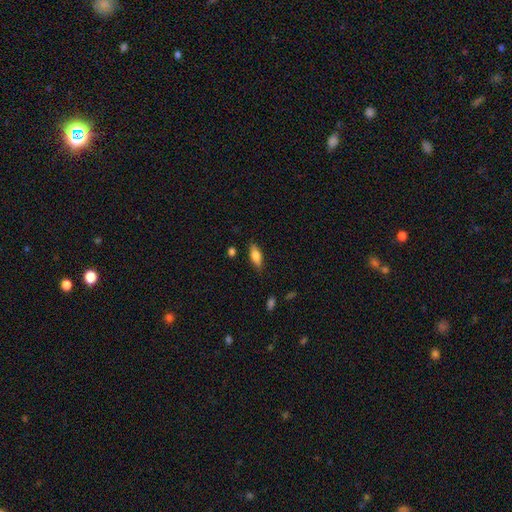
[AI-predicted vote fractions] The model was most divided on "how rounded": in between: 69%, cigar-shaped: 29%, round: 3%. More confident: merging — none (83%); smooth or featured — smooth (71%).